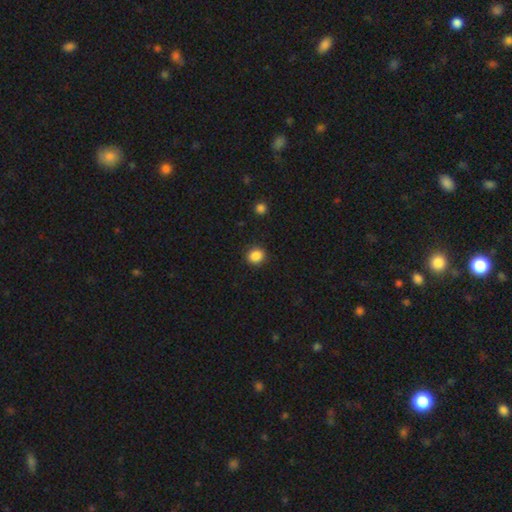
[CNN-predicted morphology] Smooth or featured? smooth (87%)
How rounded? round (82%)
Merging? none (90%)